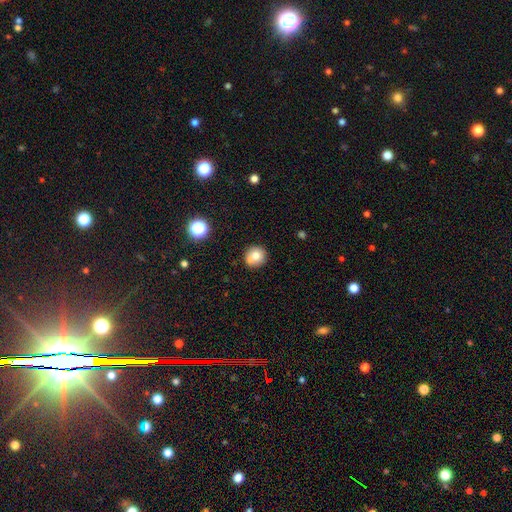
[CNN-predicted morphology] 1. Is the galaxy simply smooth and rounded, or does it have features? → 75% smooth, 14% featured or disk, 11% star or artifact.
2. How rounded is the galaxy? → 91% round, 8% in between, 1% cigar-shaped.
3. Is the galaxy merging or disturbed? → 63% none, 23% merger, 11% minor disturbance, 3% major disturbance.